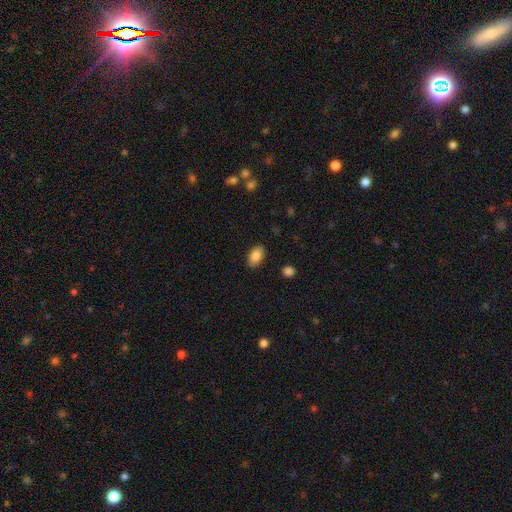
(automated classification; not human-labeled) Smooth or featured?
  - smooth: 86% *
  - star or artifact: 7%
  - featured or disk: 7%
How rounded?
  - in between: 92% *
  - round: 5%
  - cigar-shaped: 2%
Merging?
  - none: 87% *
  - minor disturbance: 9%
  - major disturbance: 2%
  - merger: 1%